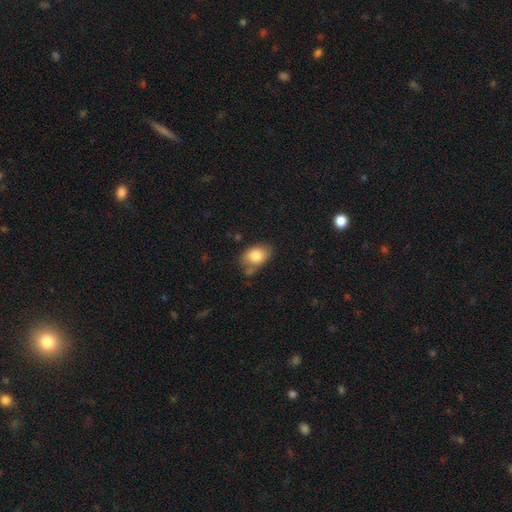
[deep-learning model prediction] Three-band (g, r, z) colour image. It shows a smooth galaxy with no disk features (82%) that is in between round and cigar-shaped (84%). Merging: none (64%).